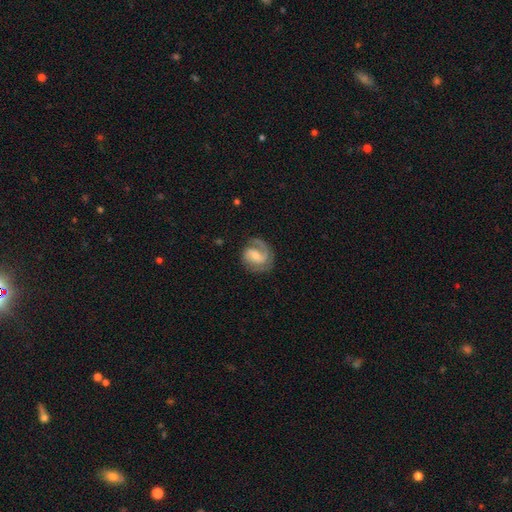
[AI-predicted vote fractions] Morphology: type=featured or disk (76%); edge-on=no (98%); bar=weak (46%); spiral arms=yes (93%); winding=medium (45%); arm count=2 (52%); bulge=small (52%); merging=none (66%).